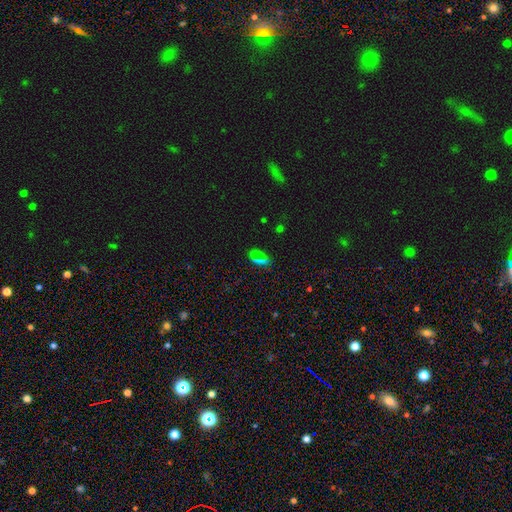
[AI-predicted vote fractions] The model was most divided on "smooth or featured": smooth: 58%, star or artifact: 35%, featured or disk: 7%. More confident: merging — none (80%); how rounded — in between (74%).